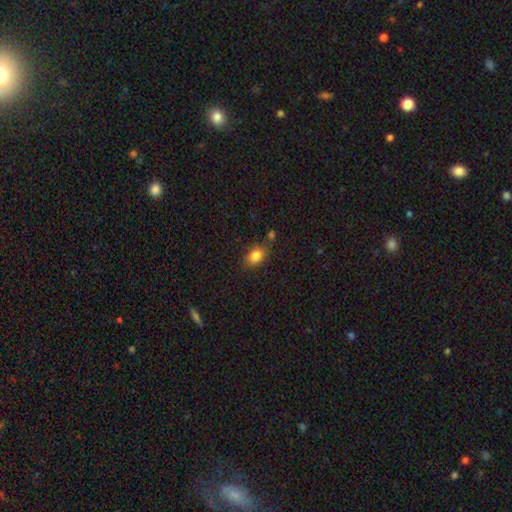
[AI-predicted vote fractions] Morphology: type=smooth (84%); roundness=in between (73%); merging=none (74%).